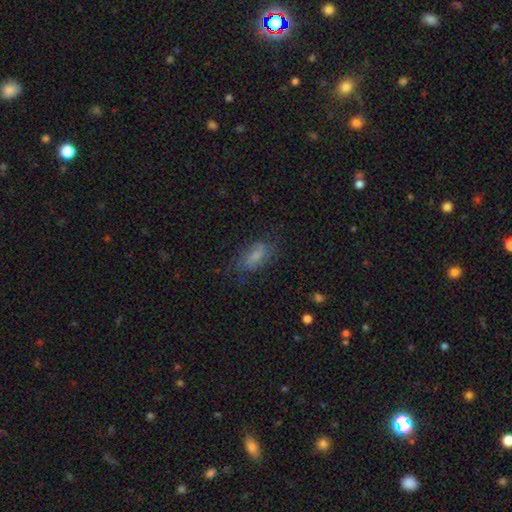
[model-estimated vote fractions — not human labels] smooth_or_featured: smooth (p=0.65) [alt: featured or disk p=0.24]
how_rounded: in between (p=0.76) [alt: cigar-shaped p=0.20]
merging: none (p=0.63) [alt: minor disturbance p=0.24]